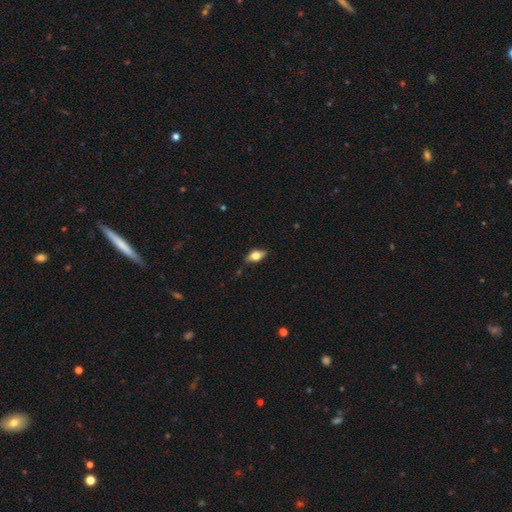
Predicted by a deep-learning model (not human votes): Q: Smooth or featured?
A: smooth (63%); runner-up: featured or disk (29%)
Q: How rounded?
A: in between (83%); runner-up: cigar-shaped (10%)
Q: Merging?
A: none (75%); runner-up: minor disturbance (20%)